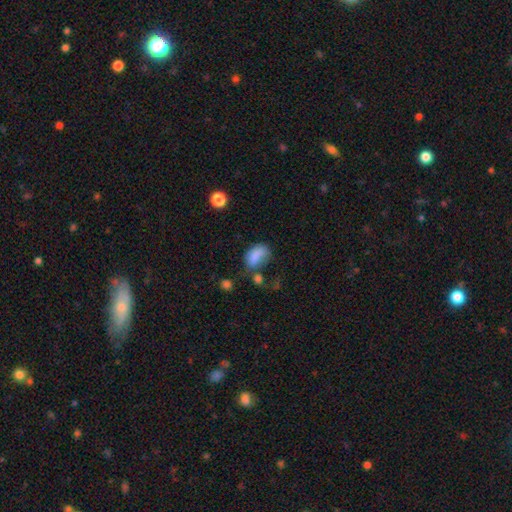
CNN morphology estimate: type=smooth (79%); roundness=in between (86%); merging=none (35%).